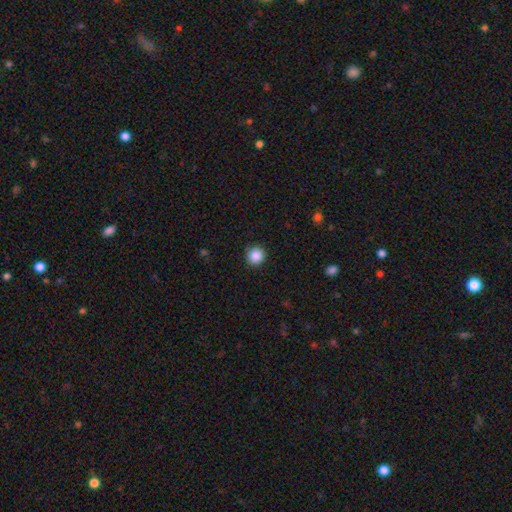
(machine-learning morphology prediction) A smooth galaxy with no disk features (88%) that is round (95%).

Vote fractions:
- Smooth or featured? smooth: 88% / star or artifact: 9% / featured or disk: 3%
- How rounded? round: 95% / in between: 5% / cigar-shaped: 1%
- Merging? none: 91% / minor disturbance: 6% / major disturbance: 2% / merger: 1%